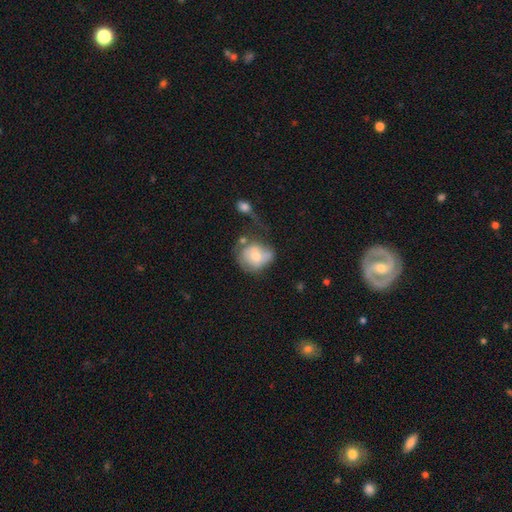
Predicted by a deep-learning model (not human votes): Smooth or featured? Predicted: smooth (p=0.57). How rounded? Predicted: round (p=0.65). Merging? Predicted: none (p=0.30).